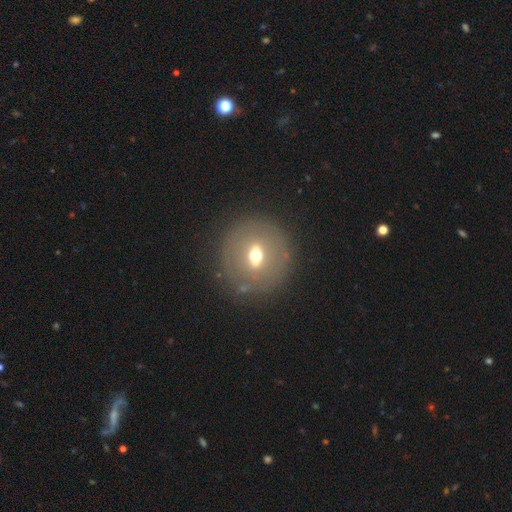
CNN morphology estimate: smooth_or_featured: featured or disk (p=0.49) [alt: smooth p=0.39]
merging: none (p=0.82) [alt: minor disturbance p=0.11]